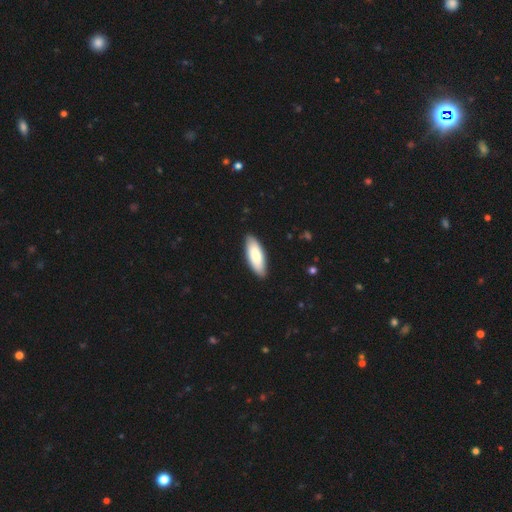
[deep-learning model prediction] smooth-or-featured: smooth: 80% | featured or disk: 16% | star or artifact: 5%
  how-rounded: in between: 72% | cigar-shaped: 27% | round: 2%
  merging: none: 88% | minor disturbance: 9% | major disturbance: 2% | merger: 1%